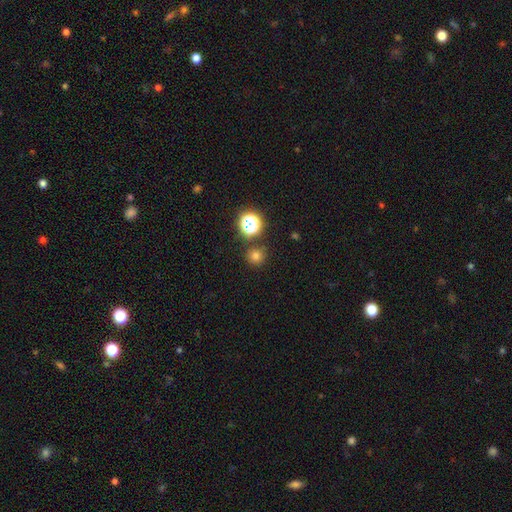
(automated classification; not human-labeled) The model was most divided on "smooth or featured": smooth: 72%, star or artifact: 21%, featured or disk: 6%. More confident: how rounded — round (93%); merging — none (85%).